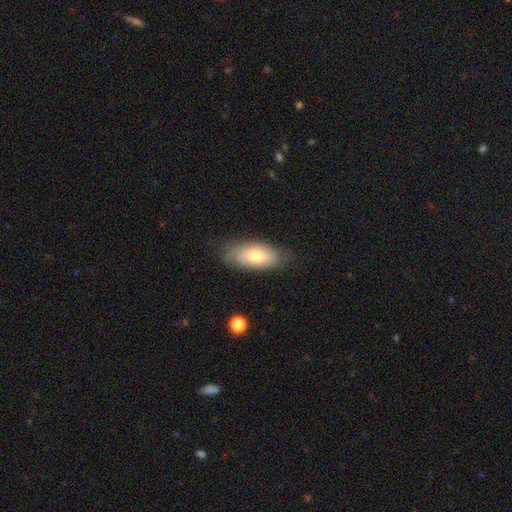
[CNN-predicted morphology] smooth 66%, featured or disk 27%, star or artifact 7%. Down the decision tree: how rounded — in between (90%); merging — none (77%).